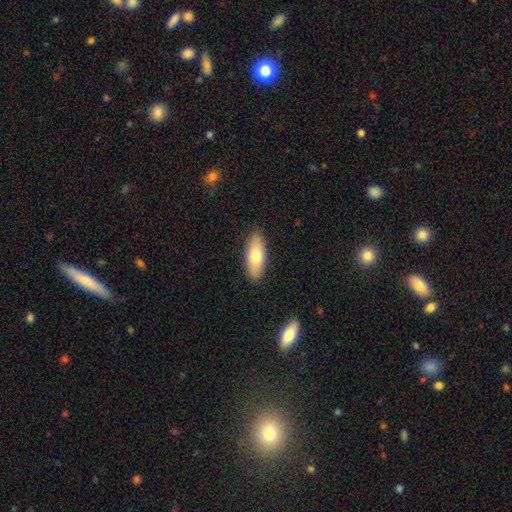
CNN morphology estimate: type=smooth (72%); roundness=in between (75%); merging=none (89%).